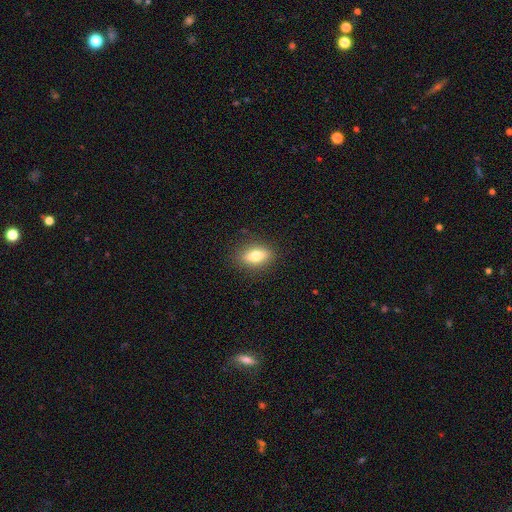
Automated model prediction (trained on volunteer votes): This appears to be a smooth galaxy with no disk features (74%) that is in between round and cigar-shaped (78%). Merging: none (87%).